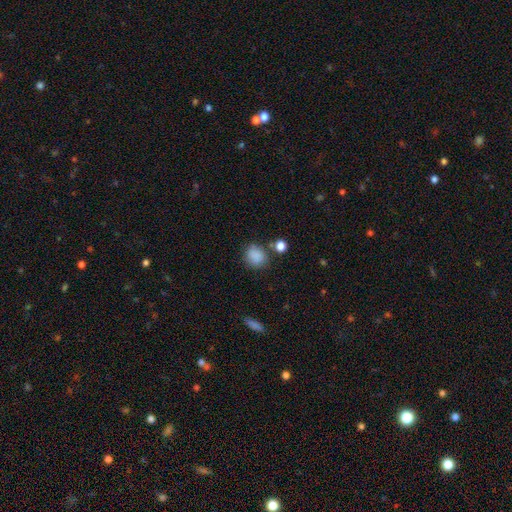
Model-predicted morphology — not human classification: This is clearly a smooth galaxy (86%). How rounded: likely round (75%). Merging: likely none (75%).